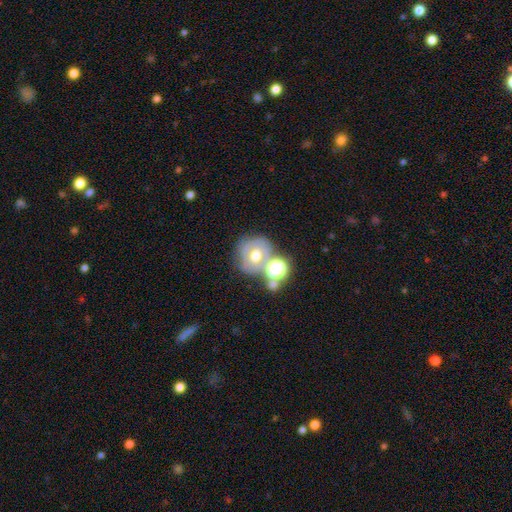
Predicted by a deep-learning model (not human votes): A smooth galaxy with no disk features (44%). Merging: none (49%).